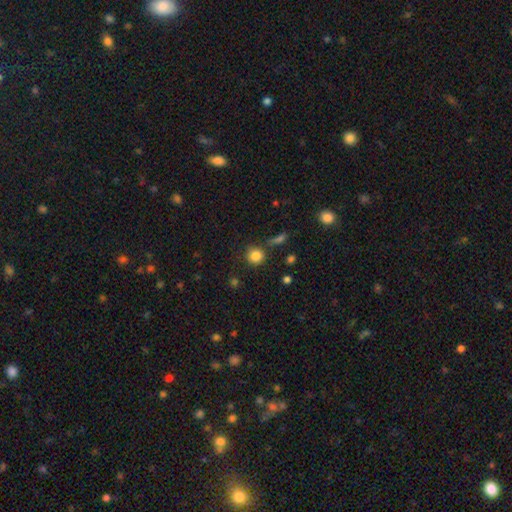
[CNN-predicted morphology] smooth_or_featured: smooth (p=0.84) [alt: star or artifact p=0.11]
how_rounded: round (p=0.91) [alt: in between p=0.08]
merging: none (p=0.79) [alt: minor disturbance p=0.11]